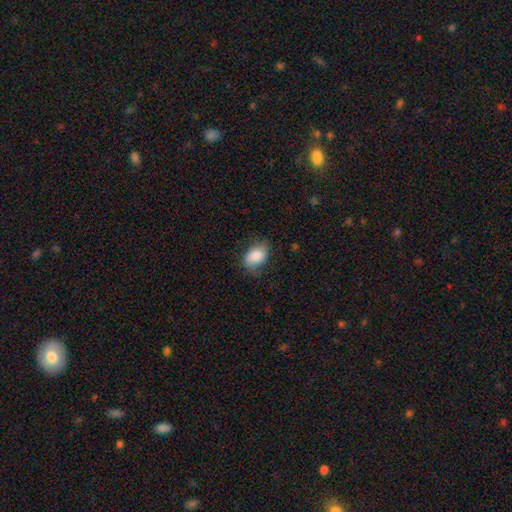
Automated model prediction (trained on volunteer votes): Smooth or featured: smooth — 83% (featured or disk — 10%)
How rounded: in between — 85% (round — 14%)
Merging: none — 73% (minor disturbance — 20%)